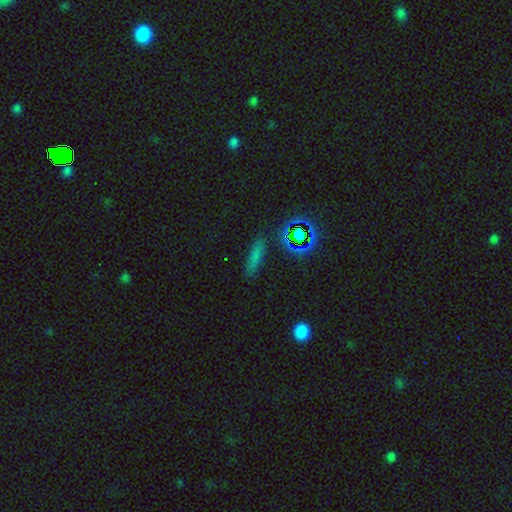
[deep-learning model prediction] Overall: smooth (66%). How rounded: cigar-shaped (71%). Merging: none (83%).